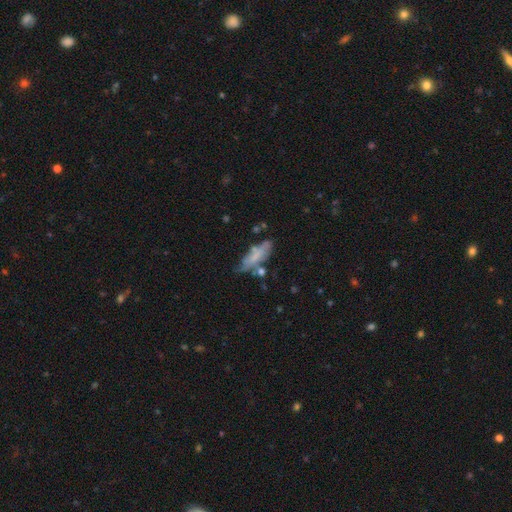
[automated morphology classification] This is possibly a smooth galaxy (55%). How rounded: possibly in between (58%). Merging: marginally none (43%).